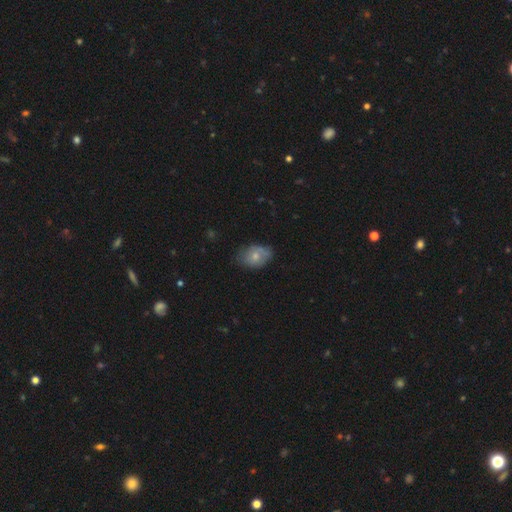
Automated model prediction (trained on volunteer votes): Smooth or featured?
  - smooth: 66% *
  - featured or disk: 26%
  - star or artifact: 8%
How rounded?
  - in between: 79% *
  - round: 20%
  - cigar-shaped: 1%
Merging?
  - none: 57% *
  - minor disturbance: 32%
  - major disturbance: 8%
  - merger: 3%